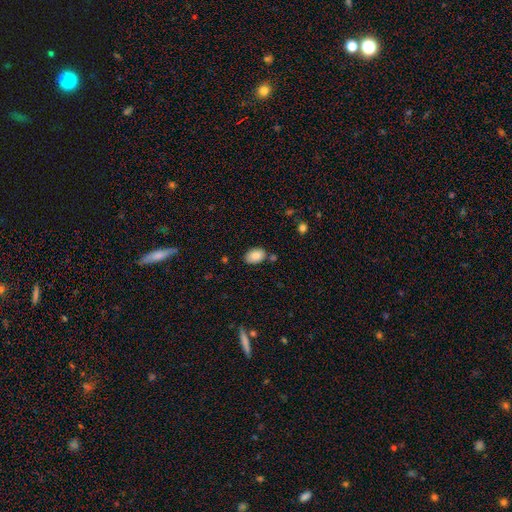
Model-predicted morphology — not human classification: Smooth or featured? Predicted: smooth (p=0.85). How rounded? Predicted: in between (p=0.88). Merging? Predicted: none (p=0.77).